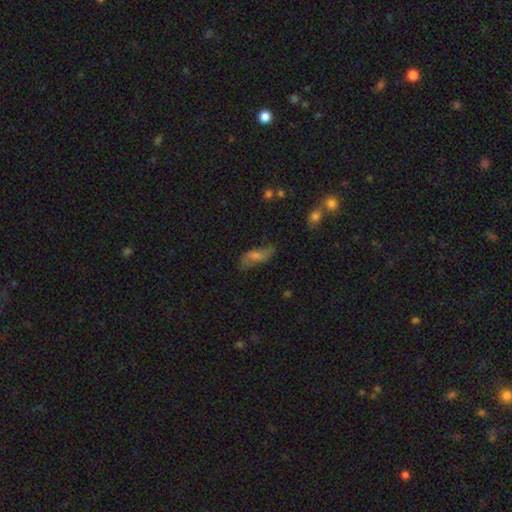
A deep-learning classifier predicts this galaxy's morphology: This appears to be a smooth galaxy with no disk features (49%). Merging: none (63%).